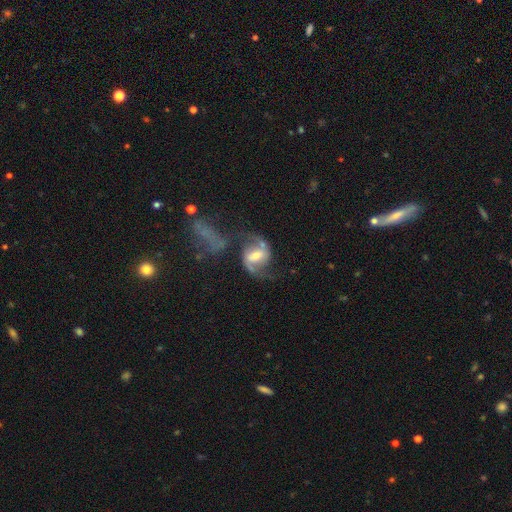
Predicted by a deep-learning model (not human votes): Smooth or featured: featured or disk — 83% (smooth — 11%)
Edge-on disk: no — 97% (yes — 3%)
Bar: weak — 43% (strong — 37%)
Spiral arms: yes — 93% (no — 7%)
Spiral winding: loose — 49% (medium — 41%)
Spiral arm count: 2 — 91% (can't tell — 3%)
Bulge size: moderate — 59% (small — 30%)
Merging: none — 52% (major disturbance — 19%)